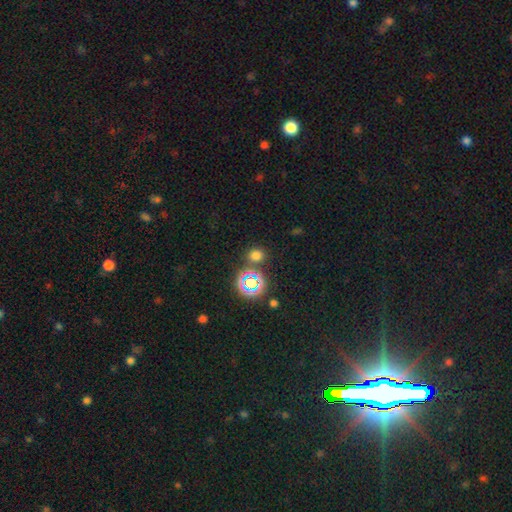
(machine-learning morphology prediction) Smooth or featured? smooth (67%)
How rounded? round (80%)
Merging? none (78%)